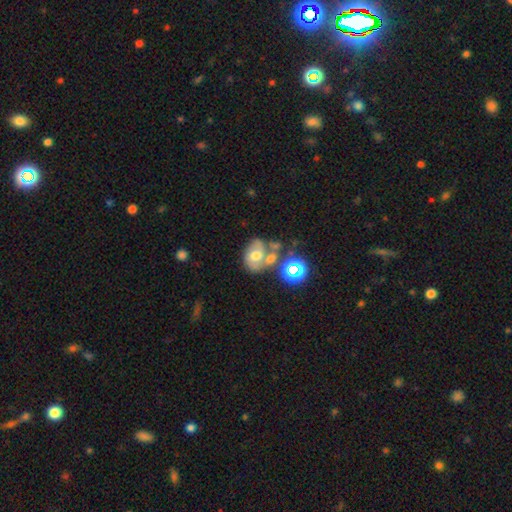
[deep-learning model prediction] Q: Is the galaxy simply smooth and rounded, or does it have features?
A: smooth — 44%.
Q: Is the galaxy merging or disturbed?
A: merger — 40%.